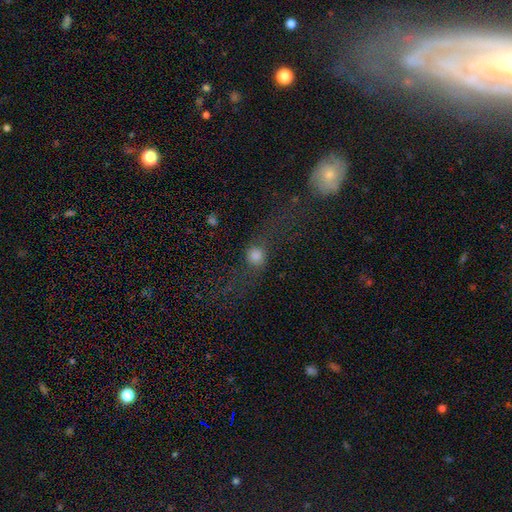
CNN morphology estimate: Smooth or featured?
  - smooth: 59% *
  - featured or disk: 24%
  - star or artifact: 17%
How rounded?
  - round: 75% *
  - in between: 18%
  - cigar-shaped: 7%
Merging?
  - none: 48% *
  - major disturbance: 29%
  - minor disturbance: 15%
  - merger: 8%